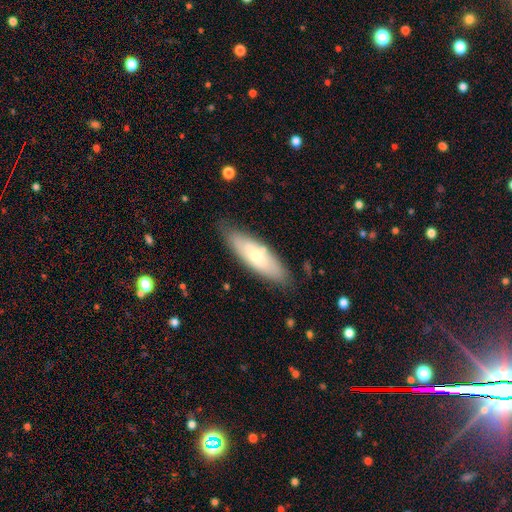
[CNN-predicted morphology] smooth-or-featured: smooth: 53% | featured or disk: 40% | star or artifact: 6%
  how-rounded: in between: 52% | cigar-shaped: 47% | round: 2%
  merging: none: 79% | minor disturbance: 15% | major disturbance: 3% | merger: 3%